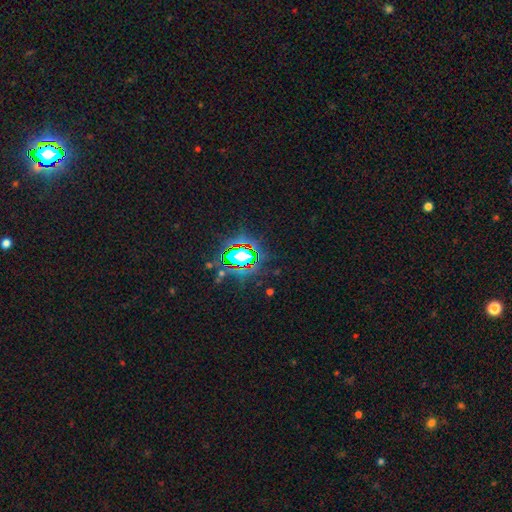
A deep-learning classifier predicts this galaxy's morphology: Q: Smooth or featured?
A: star or artifact (82%); runner-up: smooth (11%)